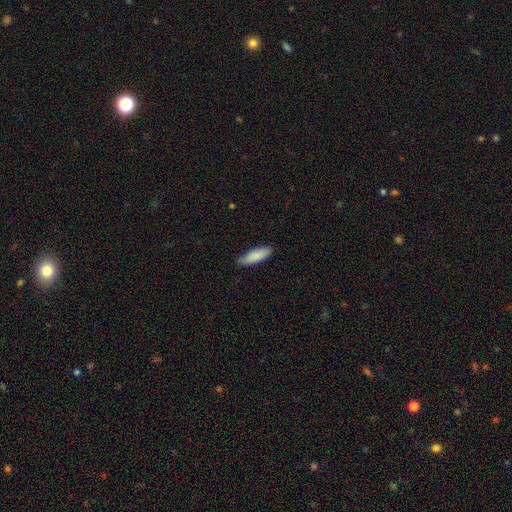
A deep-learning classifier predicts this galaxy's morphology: Smooth or featured: smooth — 86% (featured or disk — 8%)
How rounded: in between — 50% (cigar-shaped — 48%)
Merging: none — 73% (minor disturbance — 23%)